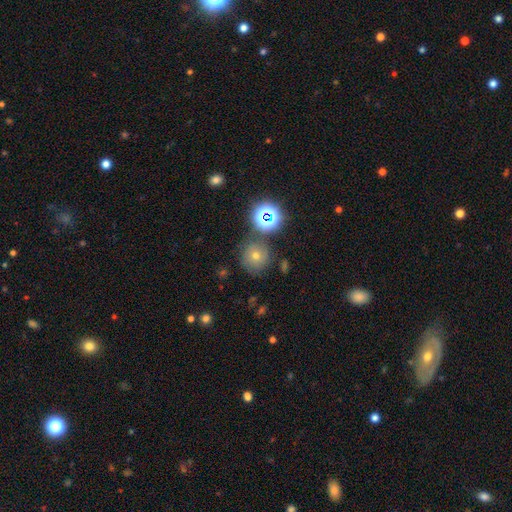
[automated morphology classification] This appears to be a smooth galaxy with no disk features (46%). Merging: none (80%).